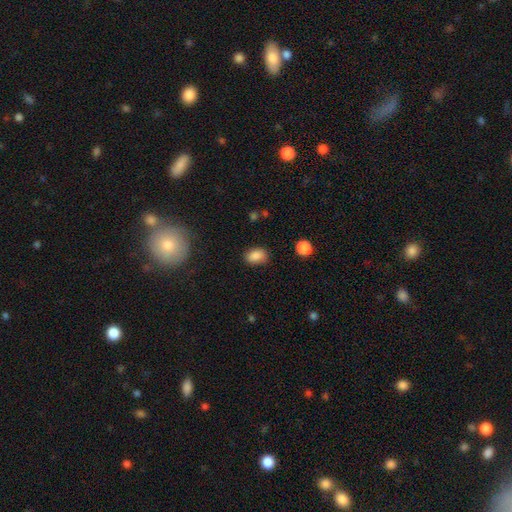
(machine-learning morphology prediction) smooth_or_featured: smooth (p=0.87) [alt: star or artifact p=0.09]
how_rounded: in between (p=0.82) [alt: round p=0.17]
merging: none (p=0.81) [alt: minor disturbance p=0.14]